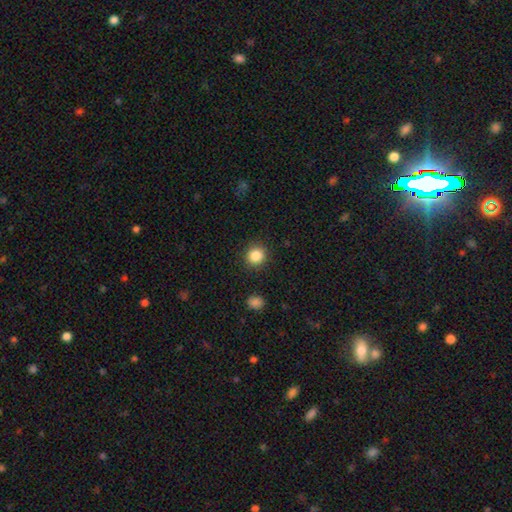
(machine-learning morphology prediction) Smooth or featured: smooth — 85% (star or artifact — 10%)
How rounded: round — 88% (in between — 11%)
Merging: none — 90% (minor disturbance — 6%)